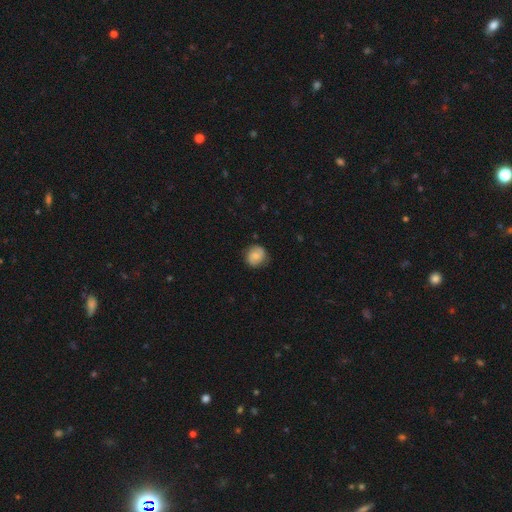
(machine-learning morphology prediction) type=smooth (67%); roundness=round (82%); merging=none (79%).